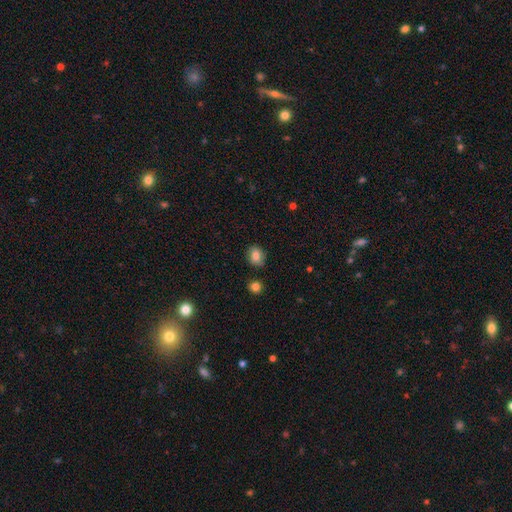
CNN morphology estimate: A smooth galaxy with no disk features (81%) that is round (55%). Merging: none (84%).